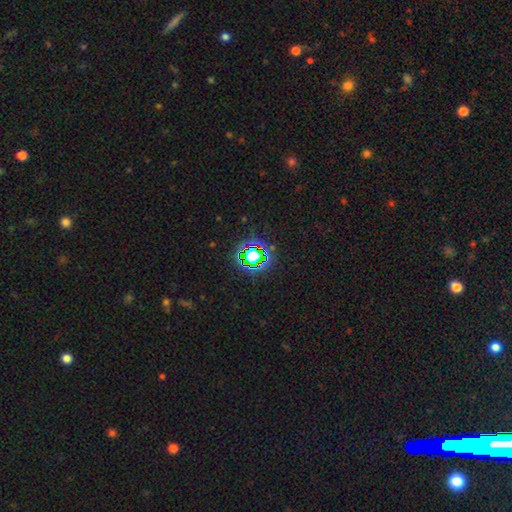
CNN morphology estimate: Smooth or featured? Predicted: star or artifact (p=0.73).